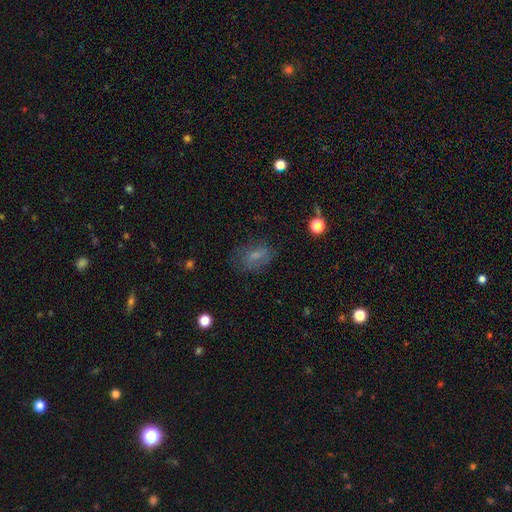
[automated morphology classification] smooth 60%, featured or disk 26%, star or artifact 15%. Down the decision tree: how rounded — in between (76%); merging — none (62%).